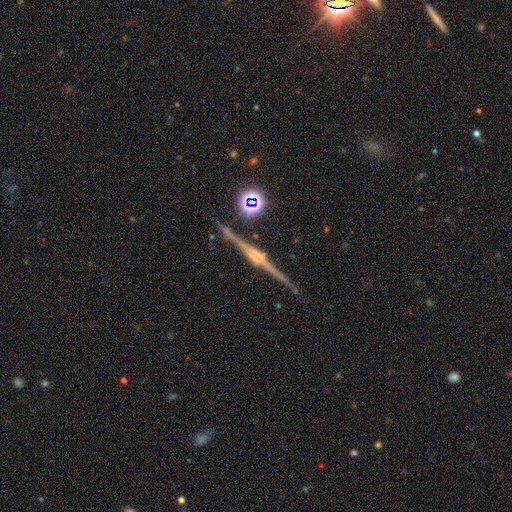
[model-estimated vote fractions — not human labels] smooth-or-featured: featured or disk: 88% | star or artifact: 7% | smooth: 5%
  disk-edge-on: yes: 98% | no: 2%
    edge-on-bulge: rounded: 80% | boxy: 14% | none: 6%
  merging: none: 89% | minor disturbance: 7% | merger: 2% | major disturbance: 2%